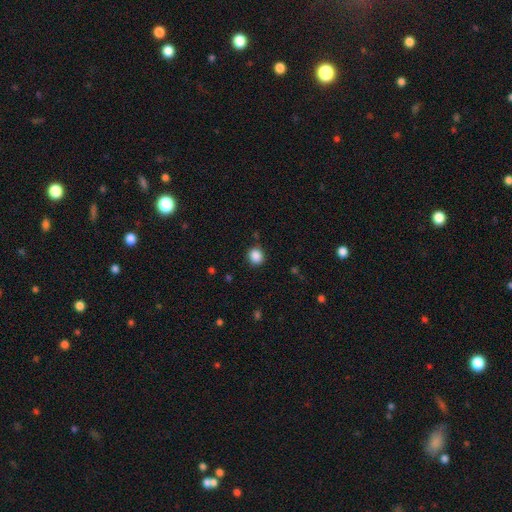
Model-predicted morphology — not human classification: Smooth or featured?
  - smooth: 87% *
  - star or artifact: 10%
  - featured or disk: 3%
How rounded?
  - round: 84% *
  - in between: 15%
  - cigar-shaped: 1%
Merging?
  - none: 86% *
  - minor disturbance: 9%
  - major disturbance: 3%
  - merger: 2%